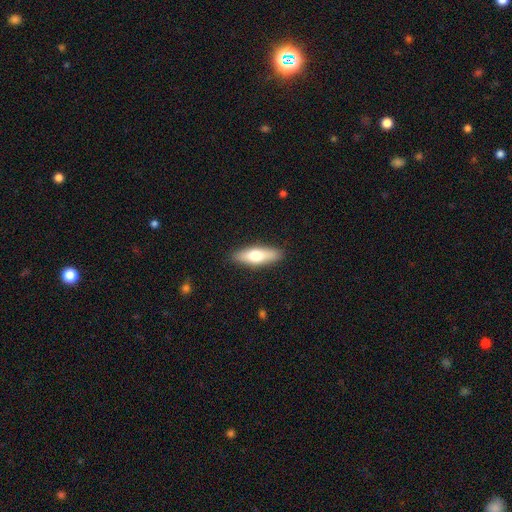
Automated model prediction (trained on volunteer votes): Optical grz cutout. It shows a smooth galaxy with no disk features (64%) that is in between round and cigar-shaped (50%). Merging: none (88%).